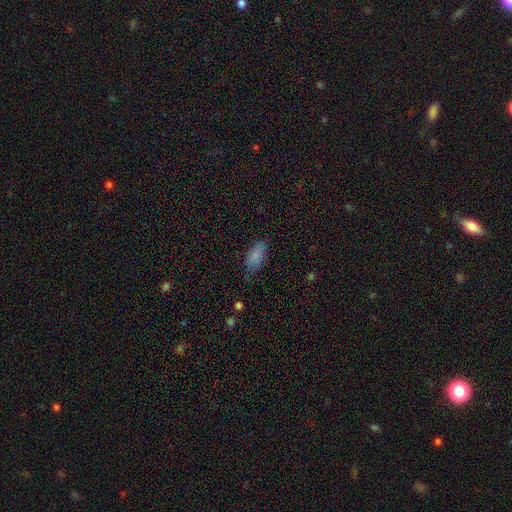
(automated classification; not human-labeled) Smooth or featured? Predicted: smooth (p=0.83). How rounded? Predicted: in between (p=0.83). Merging? Predicted: none (p=0.74).